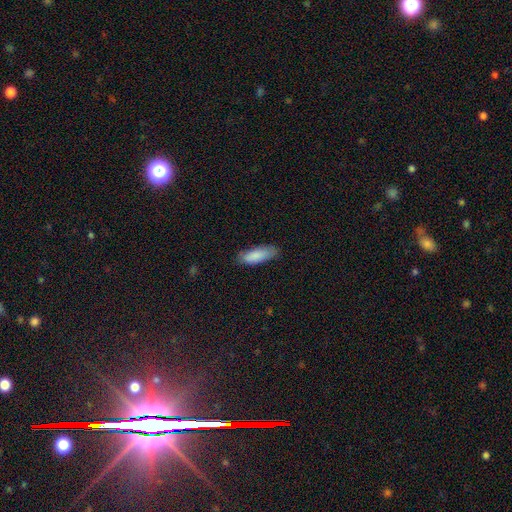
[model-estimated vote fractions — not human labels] Q: Smooth or featured?
A: smooth (87%); runner-up: featured or disk (7%)
Q: How rounded?
A: in between (62%); runner-up: cigar-shaped (37%)
Q: Merging?
A: none (80%); runner-up: minor disturbance (16%)